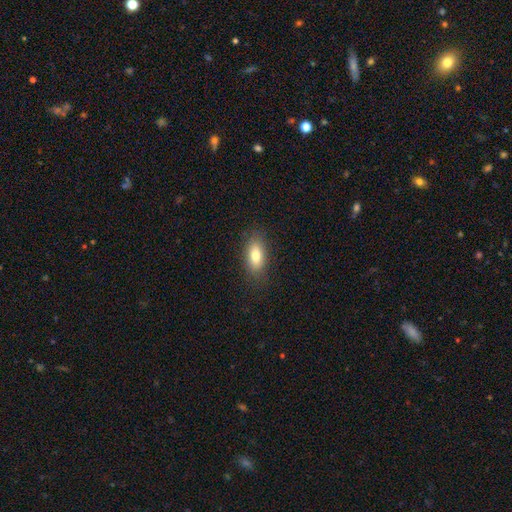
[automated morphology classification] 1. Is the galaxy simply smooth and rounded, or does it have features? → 78% smooth, 14% featured or disk, 8% star or artifact.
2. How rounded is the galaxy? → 83% in between, 12% cigar-shaped, 5% round.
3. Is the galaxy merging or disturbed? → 86% none, 10% minor disturbance, 3% major disturbance, 1% merger.